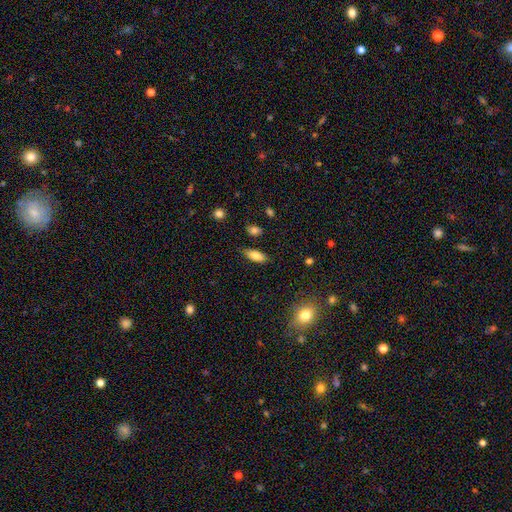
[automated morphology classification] Overall: smooth (83%). How rounded: in between (84%). Merging: none (81%).